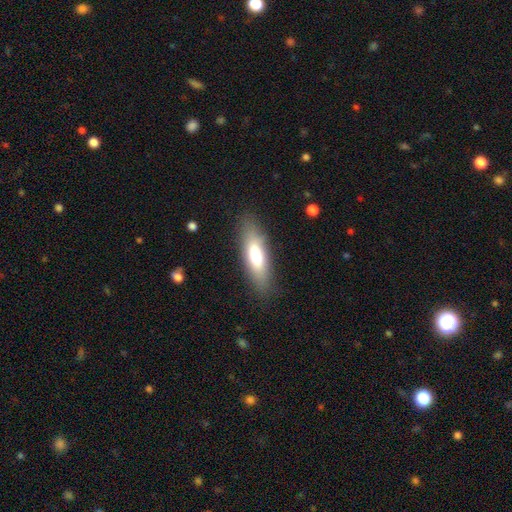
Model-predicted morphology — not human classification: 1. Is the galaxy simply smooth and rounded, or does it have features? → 72% smooth, 21% featured or disk, 7% star or artifact.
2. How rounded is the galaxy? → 54% in between, 44% cigar-shaped, 2% round.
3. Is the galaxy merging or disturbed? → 83% none, 12% minor disturbance, 4% major disturbance, 1% merger.